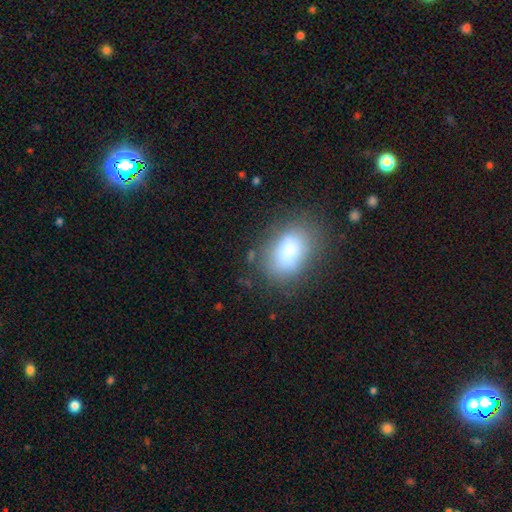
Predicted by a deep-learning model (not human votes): Smooth or featured? Predicted: smooth (p=0.81). How rounded? Predicted: in between (p=0.85). Merging? Predicted: none (p=0.75).